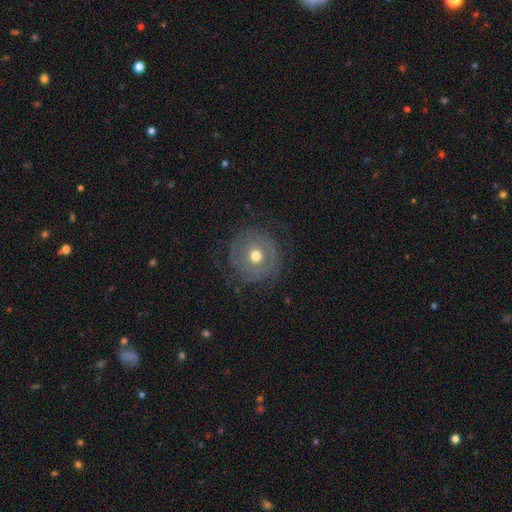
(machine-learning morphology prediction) Overall: featured or disk (58%; smooth 33%). Edge-on disk: no (96%). Bar: no (84%). Spiral arms: yes (57%; no 43%). Bulge size: moderate (74%). Merging: none (71%).